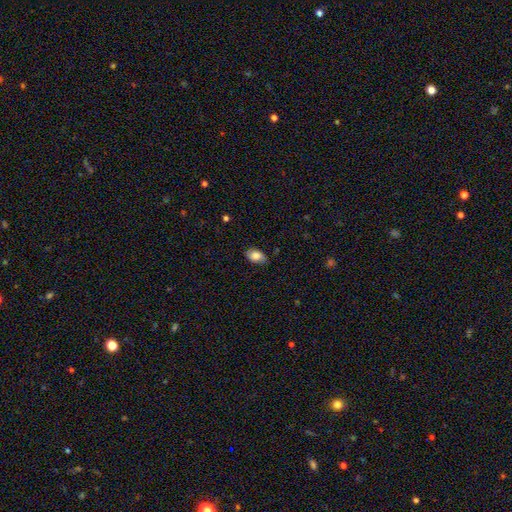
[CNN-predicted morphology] Q: Smooth or featured?
A: smooth (80%); runner-up: featured or disk (13%)
Q: How rounded?
A: in between (90%); runner-up: round (8%)
Q: Merging?
A: none (77%); runner-up: minor disturbance (18%)